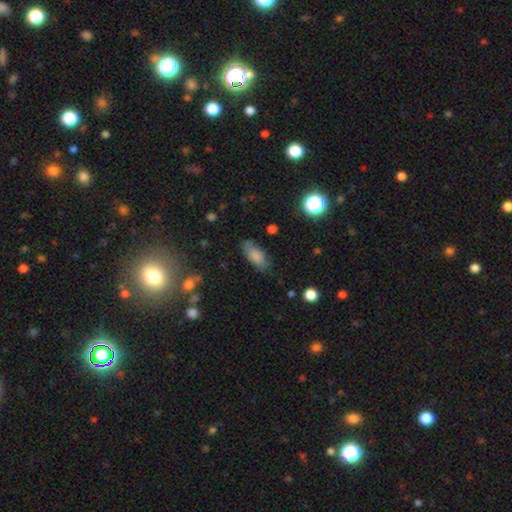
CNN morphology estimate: Smooth or featured? Predicted: smooth (p=0.80). How rounded? Predicted: in between (p=0.88). Merging? Predicted: none (p=0.69).